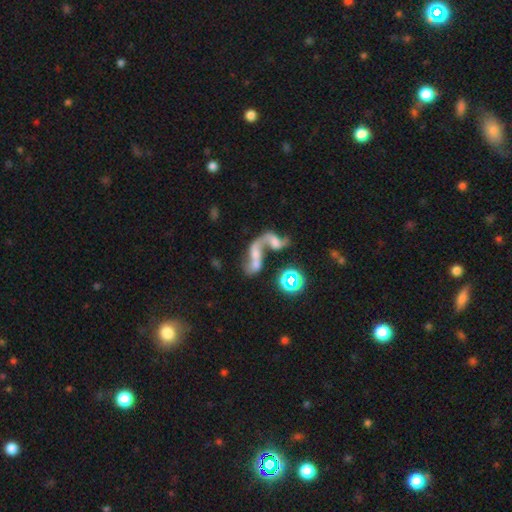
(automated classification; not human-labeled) featured or disk 55%, smooth 27%, star or artifact 18%. Down the decision tree: edge-on disk — no (95%); bar — no (62%); spiral arms — yes (58%); bulge size — none (36%); merging — merger (71%).